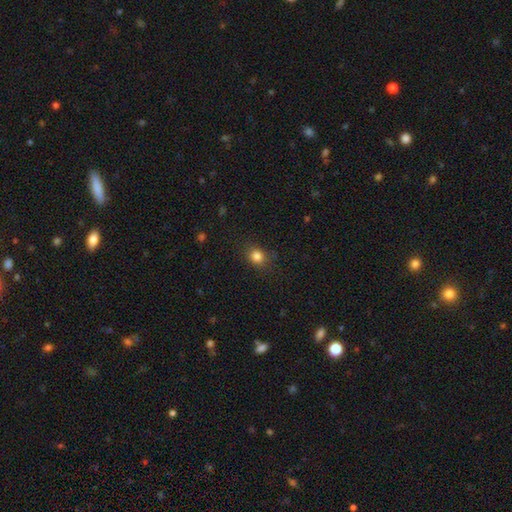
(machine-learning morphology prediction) Q: Smooth or featured?
A: smooth (82%); runner-up: star or artifact (12%)
Q: How rounded?
A: round (69%); runner-up: in between (30%)
Q: Merging?
A: none (83%); runner-up: minor disturbance (12%)